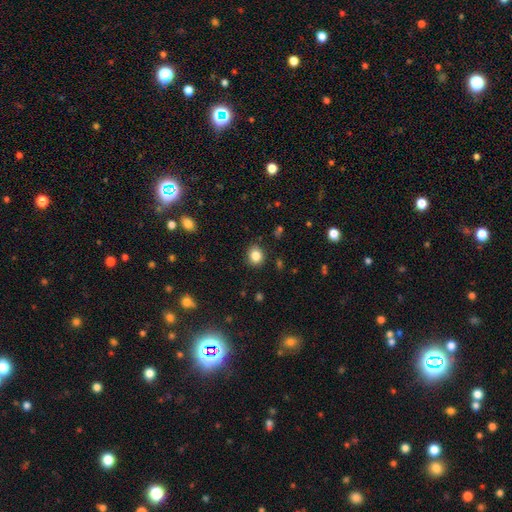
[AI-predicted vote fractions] This appears to be a smooth galaxy with no disk features (84%) that is round (73%). Merging: none (88%).